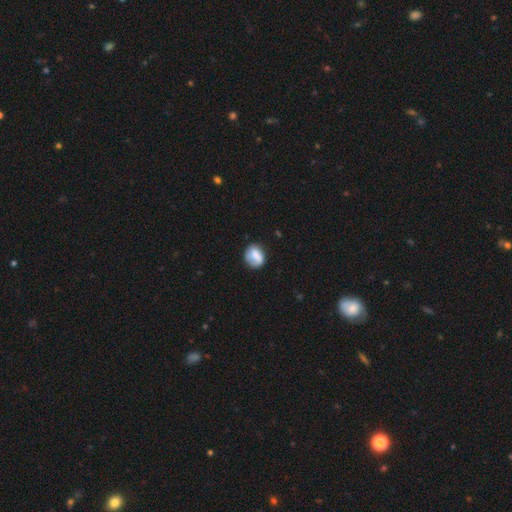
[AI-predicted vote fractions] This appears to be a smooth galaxy with no disk features (73%) that is round (63%). Merging: none (64%).